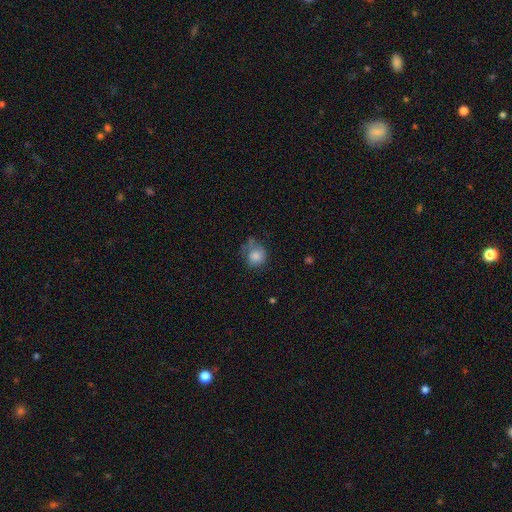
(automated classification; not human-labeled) This appears to be a smooth galaxy with no disk features (79%) that is round (78%). Merging: none (46%).